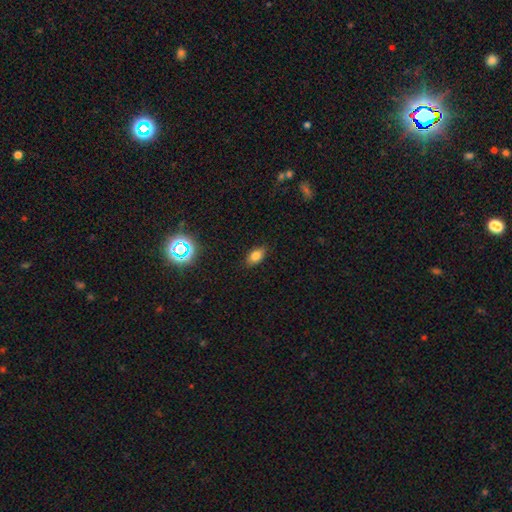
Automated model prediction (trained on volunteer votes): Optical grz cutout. It shows a smooth galaxy with no disk features (78%) that is in between round and cigar-shaped (87%). Merging: none (85%).